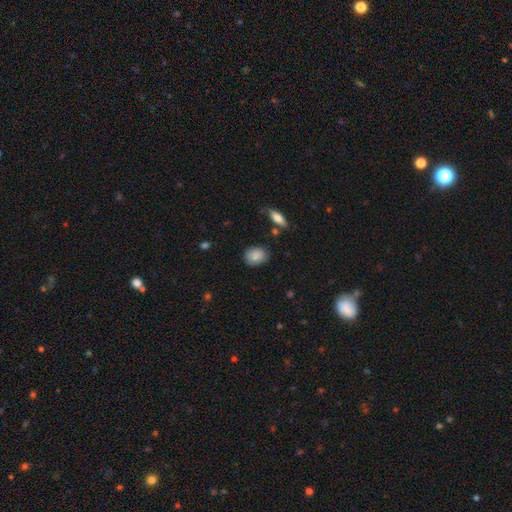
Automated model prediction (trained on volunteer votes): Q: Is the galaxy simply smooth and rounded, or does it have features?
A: smooth — 87%.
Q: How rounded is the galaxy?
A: in between — 59%.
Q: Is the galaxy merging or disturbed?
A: none — 77%.